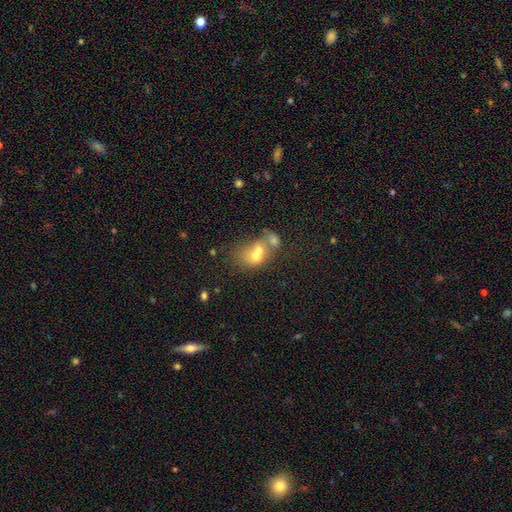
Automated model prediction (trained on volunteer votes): smooth-or-featured: smooth: 59% | featured or disk: 29% | star or artifact: 13%
  how-rounded: in between: 53% | round: 45% | cigar-shaped: 1%
  merging: merger: 72% | none: 16% | minor disturbance: 7% | major disturbance: 6%